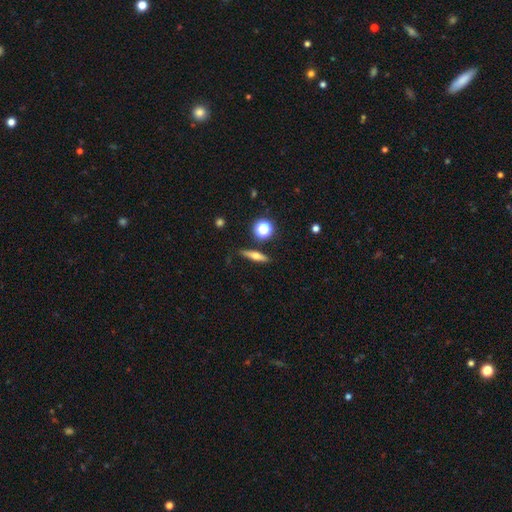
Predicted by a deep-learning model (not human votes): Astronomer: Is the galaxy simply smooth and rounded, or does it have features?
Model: smooth — 47% (runner-up: featured or disk, 43%).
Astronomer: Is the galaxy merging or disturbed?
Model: none — 83%.